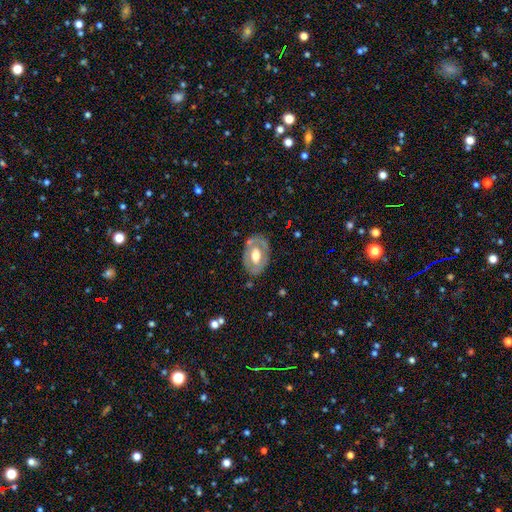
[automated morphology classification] This is possibly a featured or disk galaxy (54%). It is clearly not viewed edge-on (91%). Merging: likely none (75%).